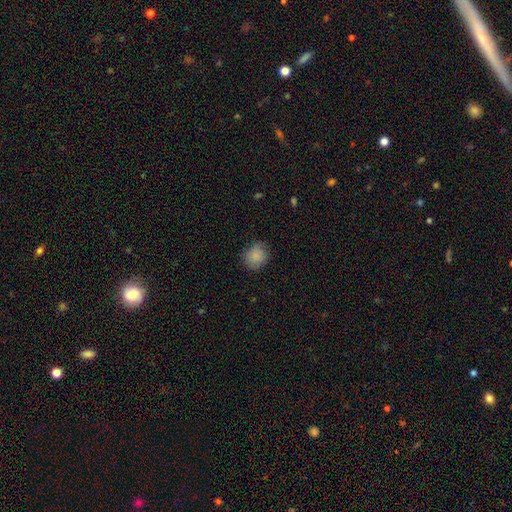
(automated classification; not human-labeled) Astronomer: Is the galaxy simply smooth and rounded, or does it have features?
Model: smooth — 83%.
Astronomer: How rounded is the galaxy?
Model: round — 69%.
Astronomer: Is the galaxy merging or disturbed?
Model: none — 72%.